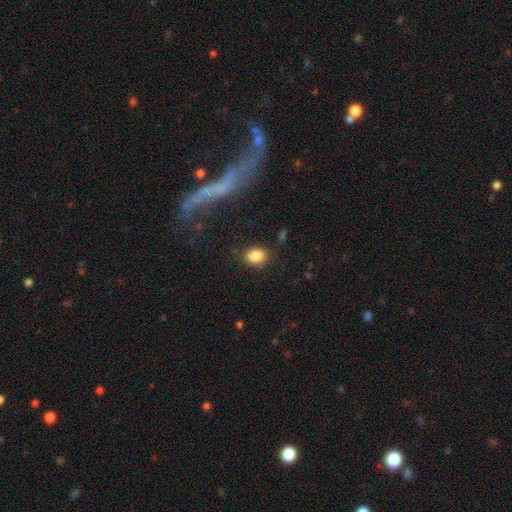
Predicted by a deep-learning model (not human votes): Smooth or featured? smooth (85%)
How rounded? round (52%)
Merging? none (81%)